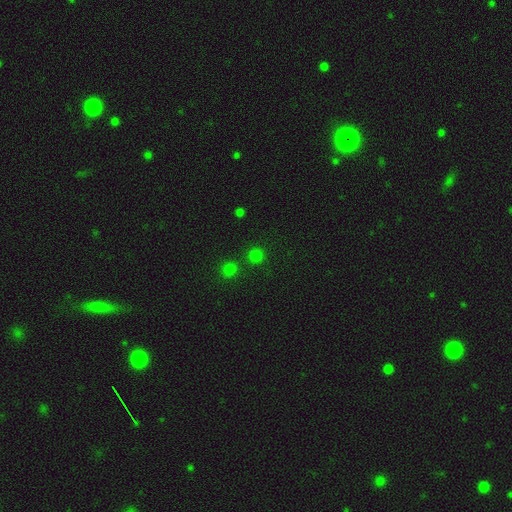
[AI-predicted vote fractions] Overall: smooth (72%). How rounded: round (93%). Merging: none (82%).